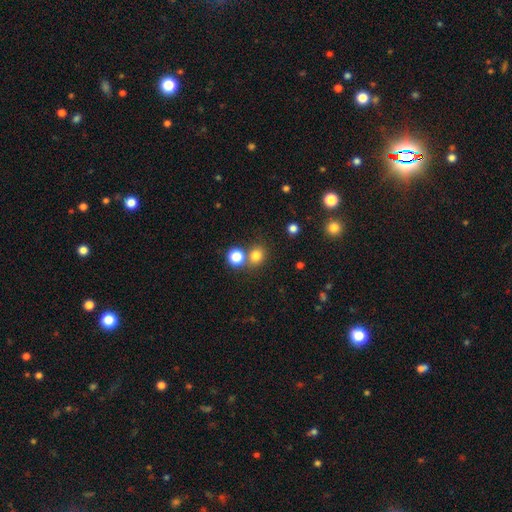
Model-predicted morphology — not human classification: Overall: smooth (78%). How rounded: round (82%). Merging: none (67%).